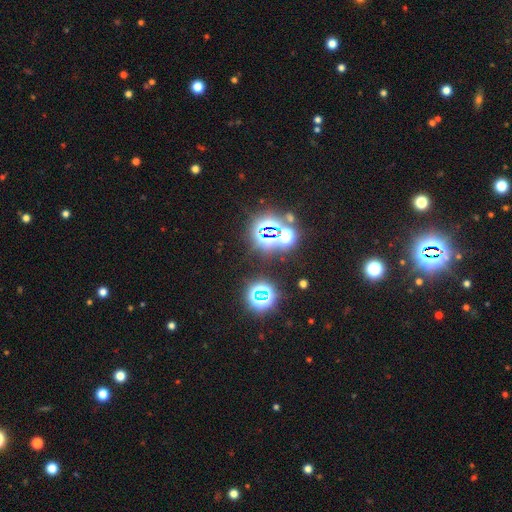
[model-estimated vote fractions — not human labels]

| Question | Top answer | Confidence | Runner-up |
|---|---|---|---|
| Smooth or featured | star or artifact | 81% | smooth (13%) |